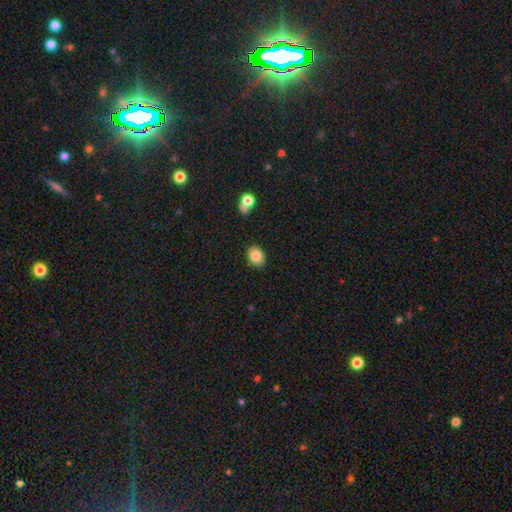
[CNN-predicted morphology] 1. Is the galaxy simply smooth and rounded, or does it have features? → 85% smooth, 9% star or artifact, 7% featured or disk.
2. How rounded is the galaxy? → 63% in between, 36% round, 1% cigar-shaped.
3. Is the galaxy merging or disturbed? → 86% none, 9% minor disturbance, 3% merger, 2% major disturbance.